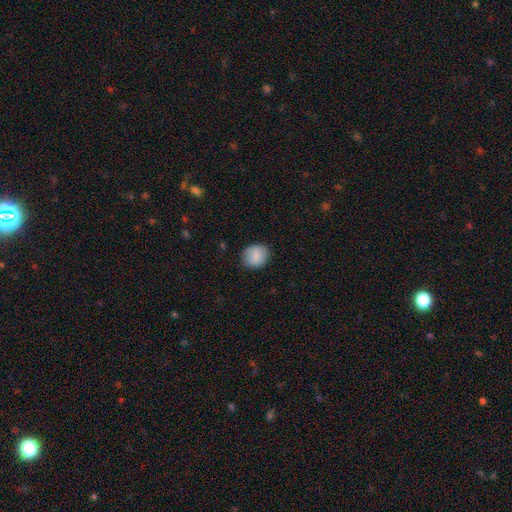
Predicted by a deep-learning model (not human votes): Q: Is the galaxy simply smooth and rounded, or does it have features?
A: smooth — 84%.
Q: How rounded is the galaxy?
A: round — 80%.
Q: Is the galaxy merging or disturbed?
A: none — 86%.